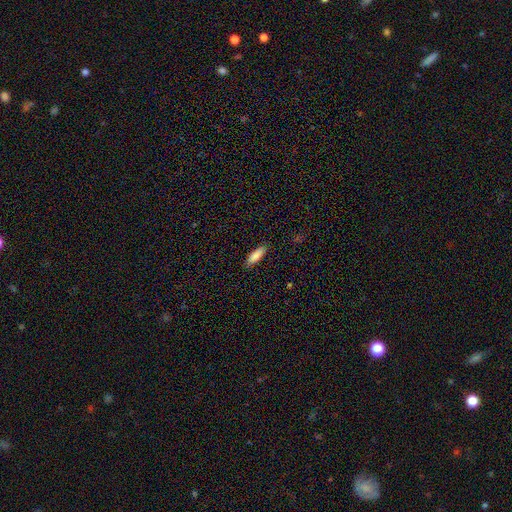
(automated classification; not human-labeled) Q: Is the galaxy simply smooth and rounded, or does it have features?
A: smooth — 86%.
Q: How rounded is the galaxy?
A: in between — 54%.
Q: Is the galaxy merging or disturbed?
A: none — 88%.